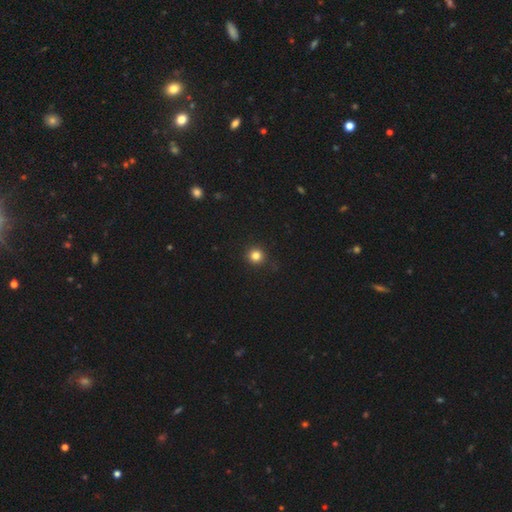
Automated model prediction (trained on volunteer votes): Smooth or featured?
  - smooth: 83% *
  - star or artifact: 13%
  - featured or disk: 4%
How rounded?
  - round: 94% *
  - in between: 5%
  - cigar-shaped: 1%
Merging?
  - none: 90% *
  - minor disturbance: 7%
  - major disturbance: 2%
  - merger: 1%